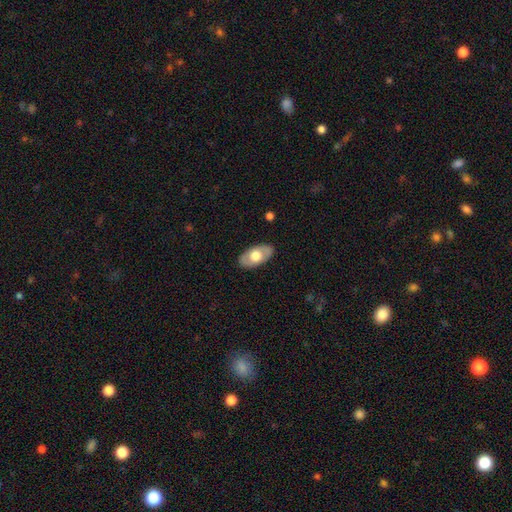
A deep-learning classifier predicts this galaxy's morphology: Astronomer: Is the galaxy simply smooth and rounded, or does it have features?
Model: smooth — 57% (runner-up: featured or disk, 38%).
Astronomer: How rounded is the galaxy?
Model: in between — 93%.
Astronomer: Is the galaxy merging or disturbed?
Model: none — 86%.